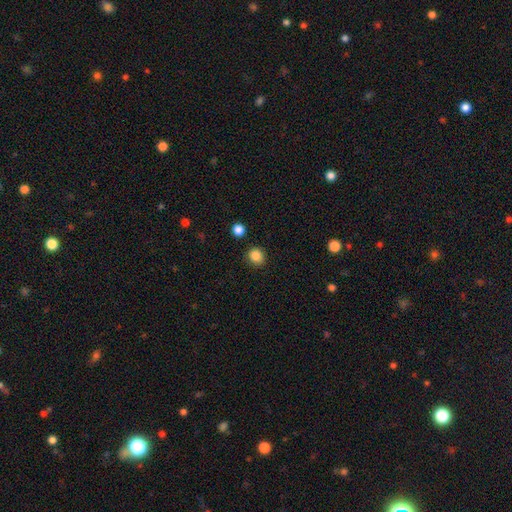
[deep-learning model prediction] smooth-or-featured: smooth: 86% | star or artifact: 11% | featured or disk: 3%
  how-rounded: round: 84% | in between: 15% | cigar-shaped: 1%
  merging: none: 88% | minor disturbance: 7% | merger: 3% | major disturbance: 2%